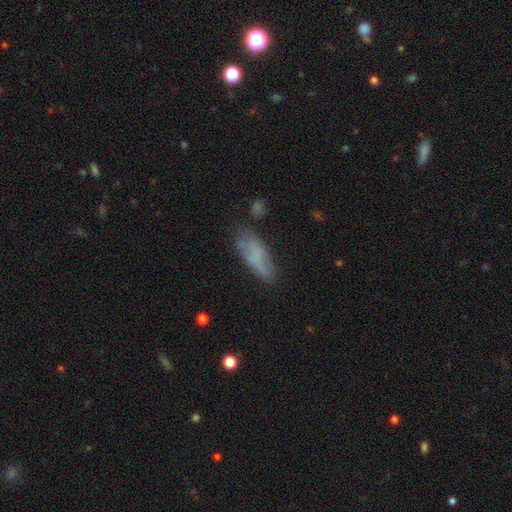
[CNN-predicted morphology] smooth_or_featured: smooth (p=0.65) [alt: featured or disk p=0.26]
how_rounded: in between (p=0.62) [alt: cigar-shaped p=0.36]
merging: none (p=0.62) [alt: minor disturbance p=0.25]